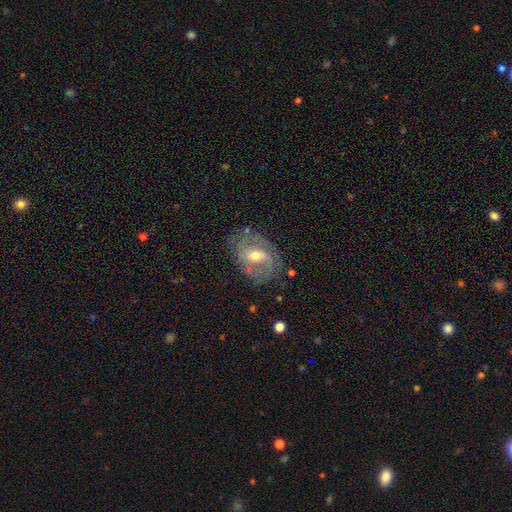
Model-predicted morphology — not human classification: A featured or disk galaxy (77%) with a weak bar (48%), 2 (70%) medium (45%) spiral arms (83%) and a moderate central bulge (67%). Merging: none (70%).